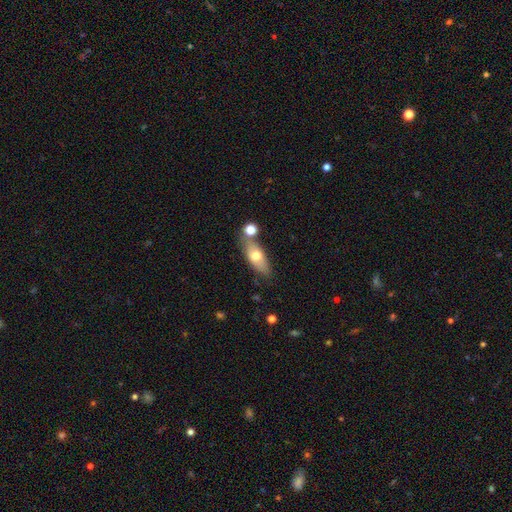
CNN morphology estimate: Smooth or featured?
  - smooth: 64% *
  - featured or disk: 29%
  - star or artifact: 7%
How rounded?
  - in between: 73% *
  - cigar-shaped: 22%
  - round: 5%
Merging?
  - none: 61% *
  - merger: 17%
  - minor disturbance: 17%
  - major disturbance: 5%